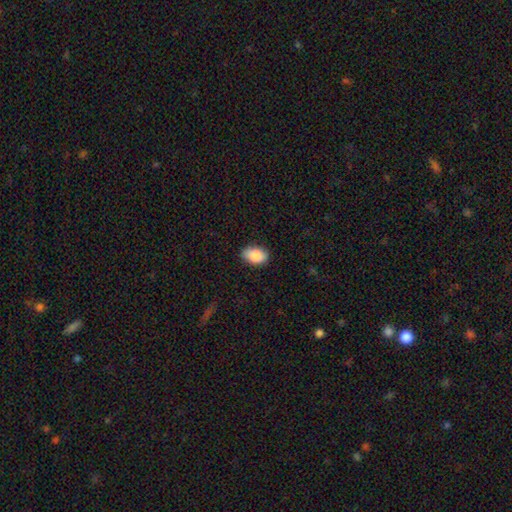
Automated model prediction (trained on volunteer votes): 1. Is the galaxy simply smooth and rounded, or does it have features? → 81% smooth, 11% featured or disk, 8% star or artifact.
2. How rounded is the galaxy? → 84% in between, 14% round, 1% cigar-shaped.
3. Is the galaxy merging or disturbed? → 86% none, 11% minor disturbance, 2% major disturbance, 1% merger.